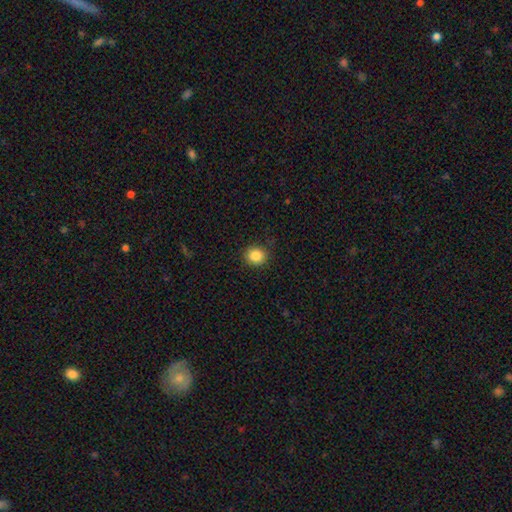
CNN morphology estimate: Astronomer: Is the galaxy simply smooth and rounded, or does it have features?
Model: smooth — 85%.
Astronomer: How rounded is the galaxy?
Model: round — 81%.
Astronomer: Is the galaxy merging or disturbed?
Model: none — 89%.